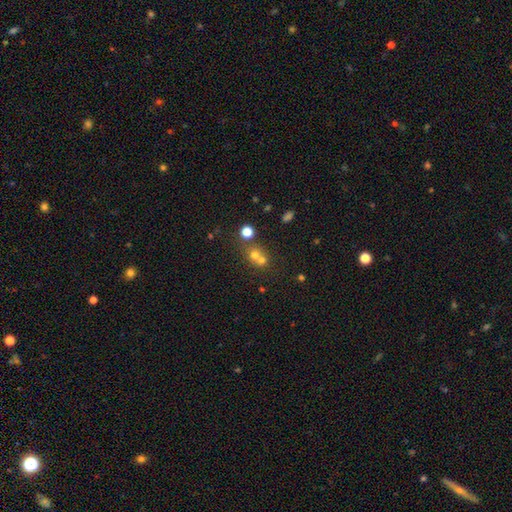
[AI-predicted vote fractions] Smooth or featured: smooth — 56% (star or artifact — 26%)
How rounded: round — 81% (in between — 18%)
Merging: merger — 50% (none — 41%)